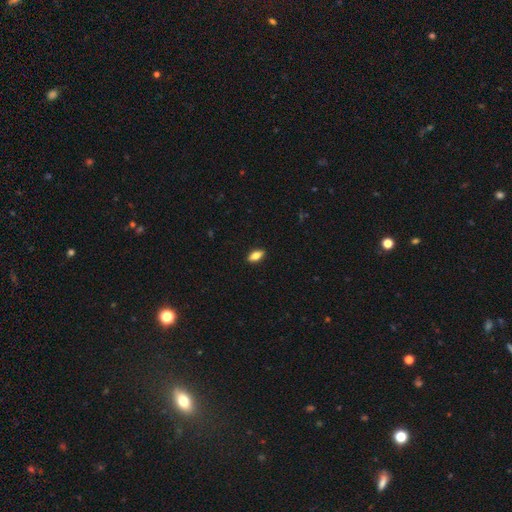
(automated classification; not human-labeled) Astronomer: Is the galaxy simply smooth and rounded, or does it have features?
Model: smooth — 73%.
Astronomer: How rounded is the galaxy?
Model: in between — 82%.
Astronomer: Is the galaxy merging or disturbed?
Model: none — 90%.